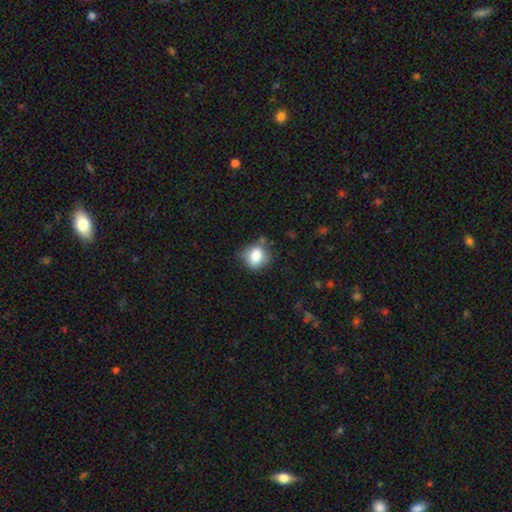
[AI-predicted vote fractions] Smooth or featured? smooth (83%)
How rounded? round (67%)
Merging? none (66%)